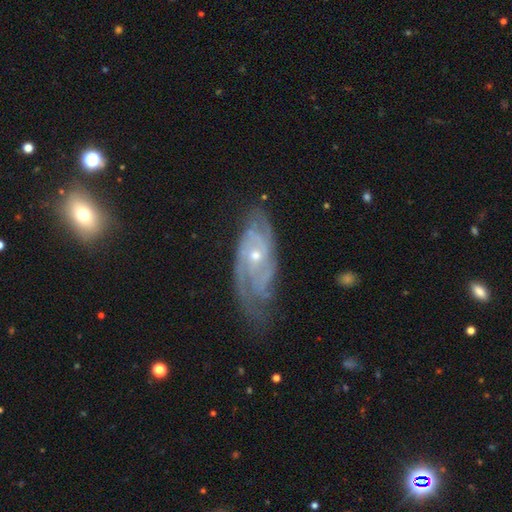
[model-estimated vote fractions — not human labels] Smooth or featured?
  - featured or disk: 88% *
  - smooth: 7%
  - star or artifact: 6%
Edge-on disk?
  - no: 94% *
  - yes: 6%
Bar?
  - no: 69% *
  - weak: 25%
  - strong: 6%
Spiral arms?
  - yes: 97% *
  - no: 3%
Spiral winding?
  - tight: 63% *
  - medium: 31%
  - loose: 6%
Spiral arm count?
  - 2: 30% *
  - 3: 26%
  - can't tell: 24%
  - 4: 10%
  - 1: 5%
  - more than 4: 5%
Bulge size?
  - small: 61% *
  - moderate: 36%
  - large: 1%
  - none: 1%
  - dominant: 1%
Merging?
  - none: 68% *
  - minor disturbance: 23%
  - major disturbance: 8%
  - merger: 2%